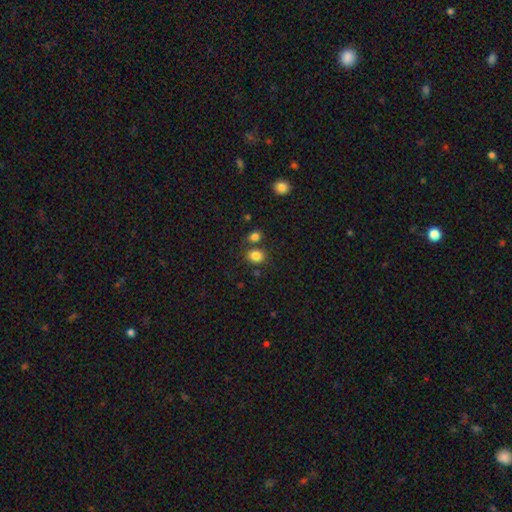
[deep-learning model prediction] A smooth galaxy with no disk features (84%) that is round (56%). Merging: none (71%).